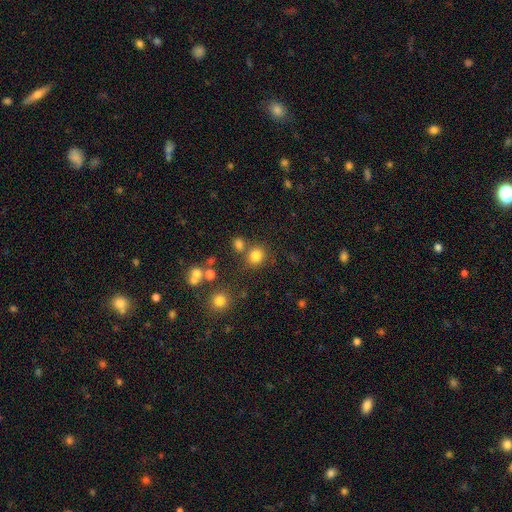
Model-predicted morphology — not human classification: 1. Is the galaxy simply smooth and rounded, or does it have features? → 79% smooth, 15% star or artifact, 6% featured or disk.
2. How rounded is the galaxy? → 81% round, 18% in between, 1% cigar-shaped.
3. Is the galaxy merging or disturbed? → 71% none, 15% merger, 10% minor disturbance, 4% major disturbance.